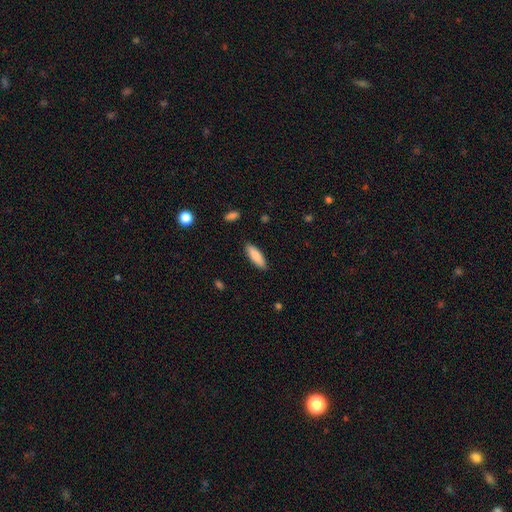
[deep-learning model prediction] Smooth or featured: smooth — 84% (featured or disk — 10%)
How rounded: cigar-shaped — 50% (in between — 49%)
Merging: none — 88% (minor disturbance — 9%)